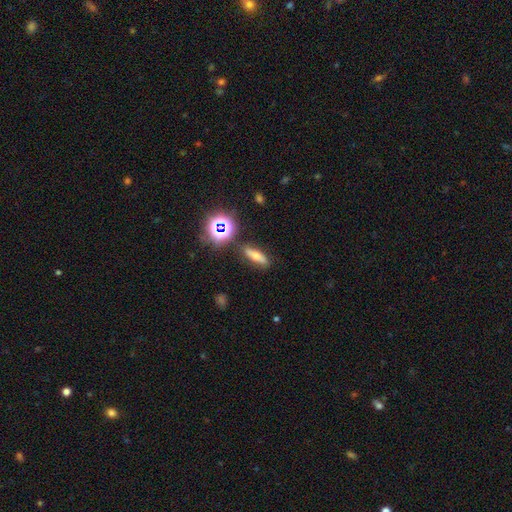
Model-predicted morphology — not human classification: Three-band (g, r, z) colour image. It shows a smooth galaxy with no disk features (49%). Merging: none (83%).